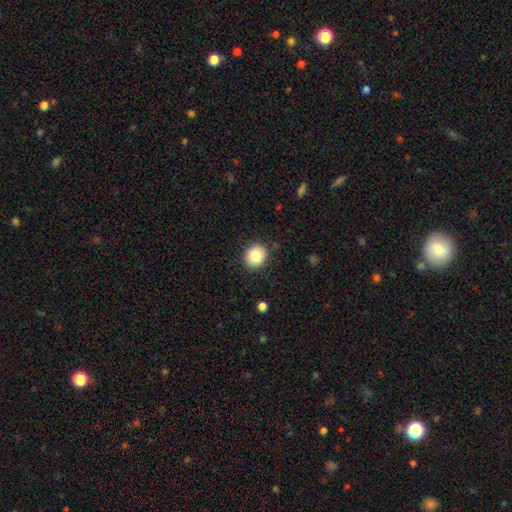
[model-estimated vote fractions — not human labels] This is clearly a smooth galaxy (84%). How rounded: likely round (71%). Merging: clearly none (88%).